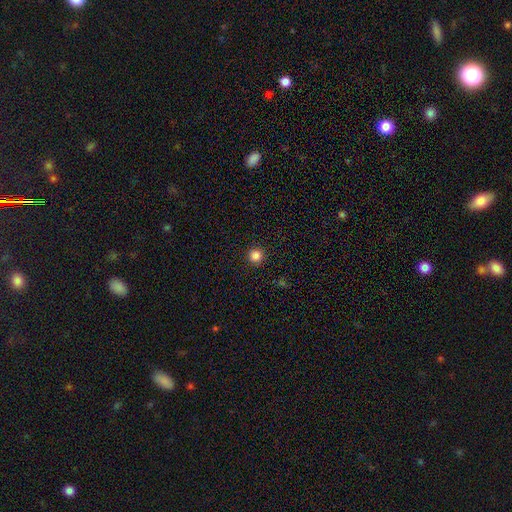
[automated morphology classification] smooth 84%, star or artifact 12%, featured or disk 4%. Down the decision tree: how rounded — round (96%); merging — none (93%).